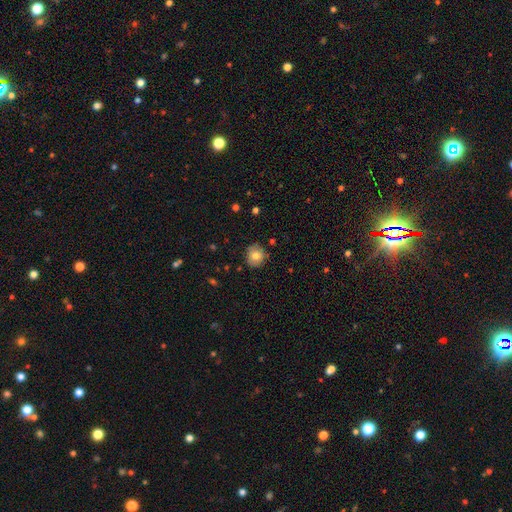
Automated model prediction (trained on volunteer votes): Smooth or featured? Predicted: smooth (p=0.77). How rounded? Predicted: round (p=0.86). Merging? Predicted: none (p=0.84).